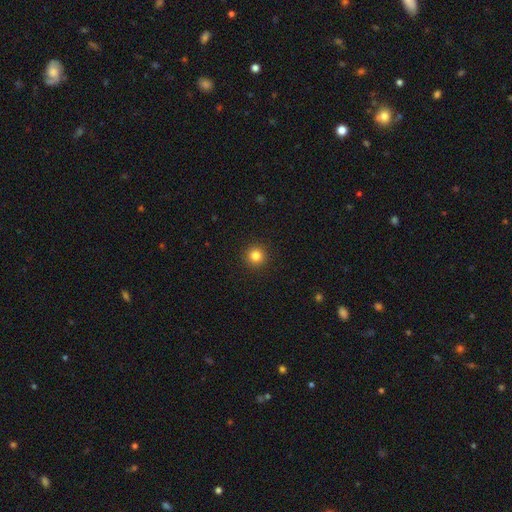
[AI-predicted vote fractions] Smooth or featured? Predicted: smooth (p=0.83). How rounded? Predicted: round (p=0.96). Merging? Predicted: none (p=0.93).